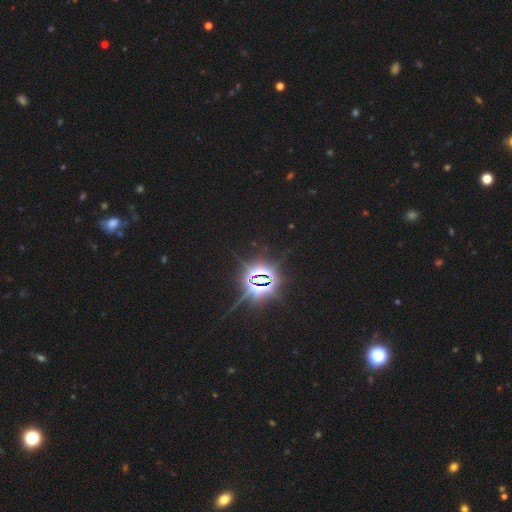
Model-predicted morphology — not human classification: The model was most divided on "smooth or featured": star or artifact: 84%, smooth: 11%, featured or disk: 6%.